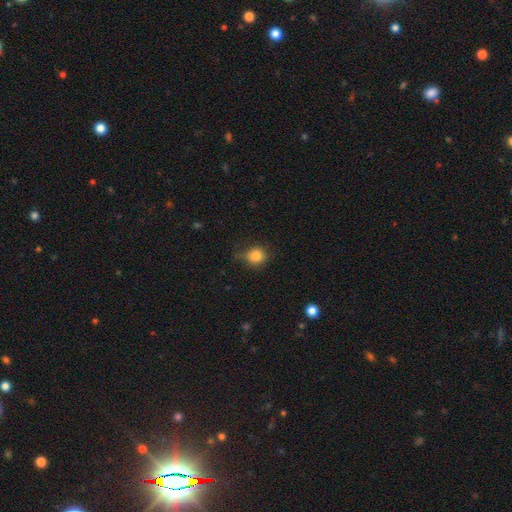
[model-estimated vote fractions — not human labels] Overall: smooth (83%). How rounded: round (80%). Merging: none (67%).